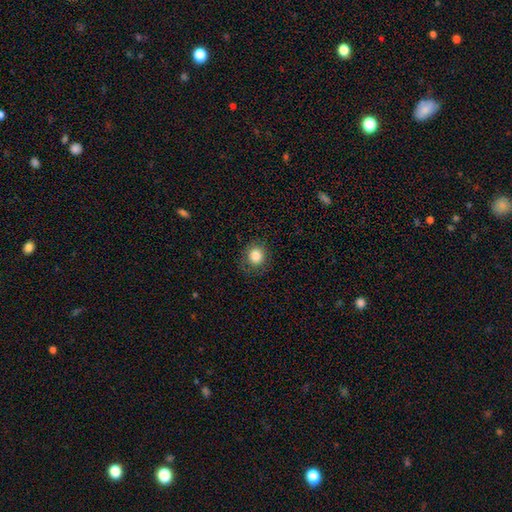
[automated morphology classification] Overall: smooth (83%). How rounded: round (85%). Merging: none (82%).